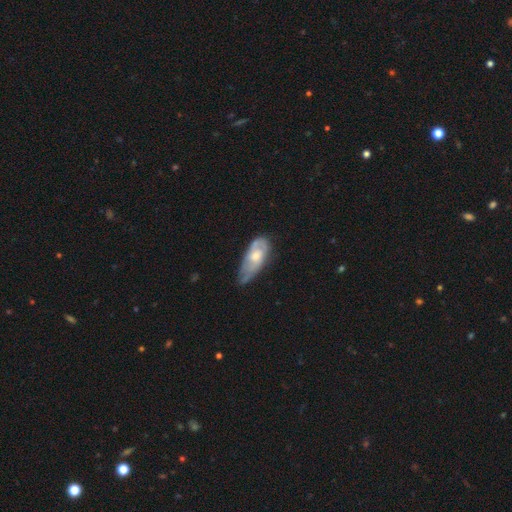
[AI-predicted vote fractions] Smooth or featured: featured or disk — 52% (smooth — 42%)
Edge-on disk: no — 87% (yes — 13%)
Merging: minor disturbance — 42% (none — 38%)